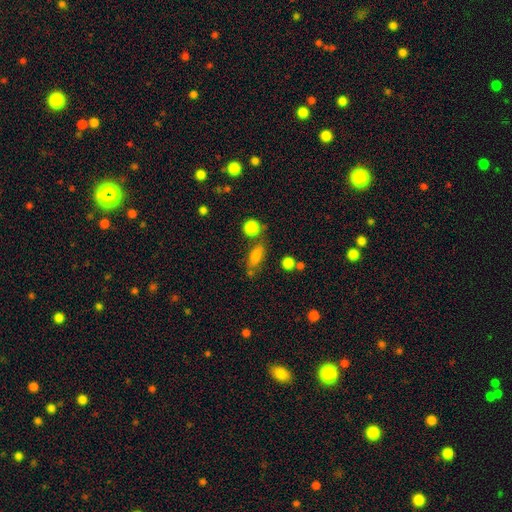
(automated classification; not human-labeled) Overall: smooth (78%). How rounded: in between (72%). Merging: none (65%).